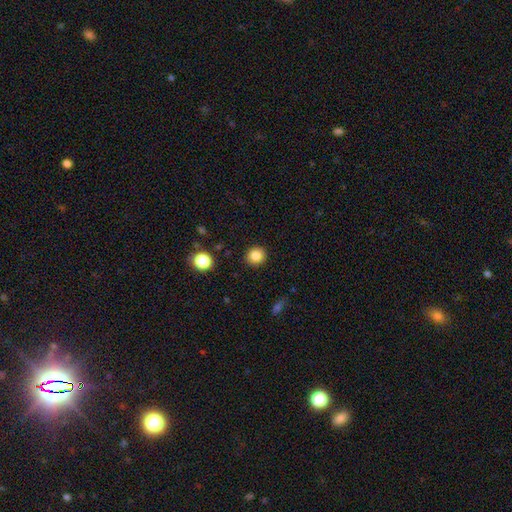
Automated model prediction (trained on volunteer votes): smooth 84%, star or artifact 11%, featured or disk 5%. Down the decision tree: how rounded — round (86%); merging — none (91%).